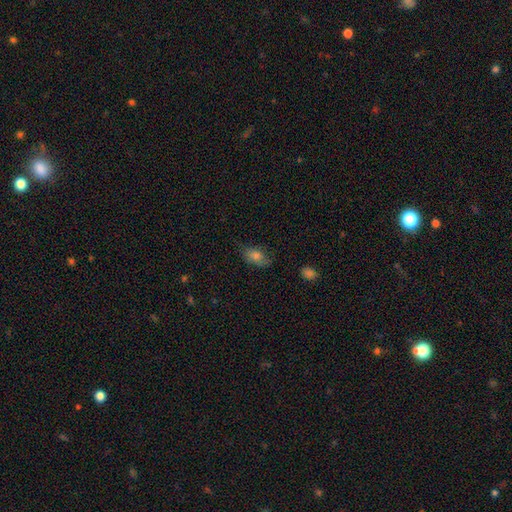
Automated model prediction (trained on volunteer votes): Smooth or featured? smooth (74%)
How rounded? in between (87%)
Merging? none (64%)